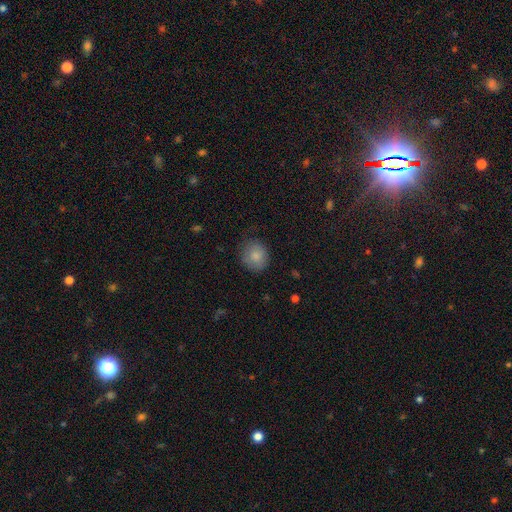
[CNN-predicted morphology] type=smooth (84%); roundness=round (82%); merging=none (75%).